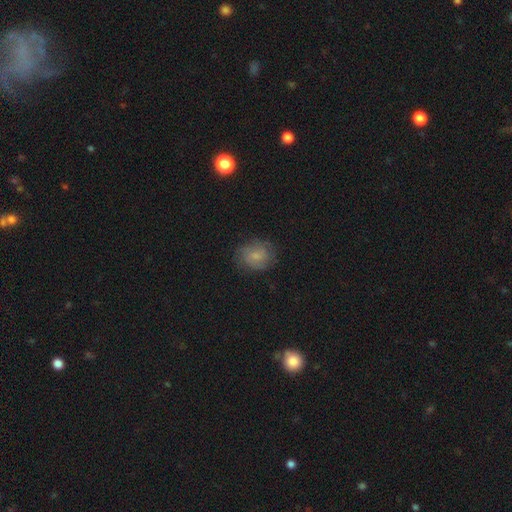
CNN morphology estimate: Smooth or featured? smooth (63%)
How rounded? round (64%)
Merging? none (75%)